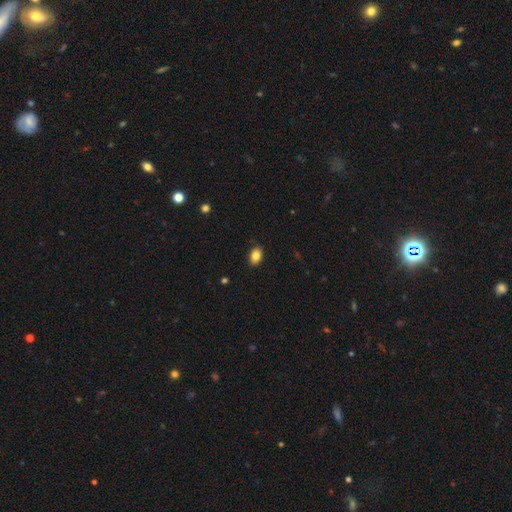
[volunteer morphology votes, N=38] smooth 82%, star or artifact 11%, featured or disk 8%. Down the decision tree: how rounded — in between (81%); merging — none (79%).